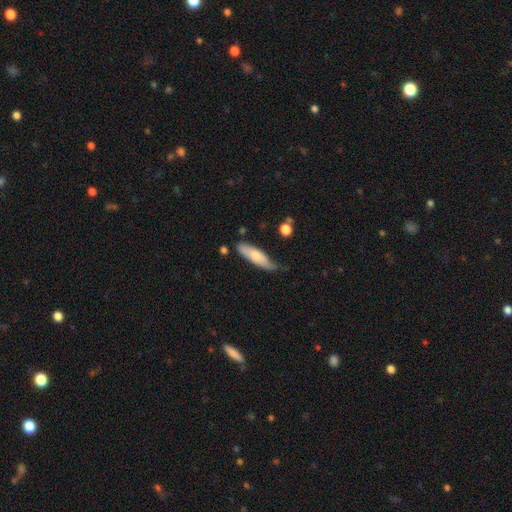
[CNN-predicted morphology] The model was most divided on "how rounded": cigar-shaped: 55%, in between: 44%, round: 2%. More confident: smooth or featured — smooth (68%); merging — none (56%).